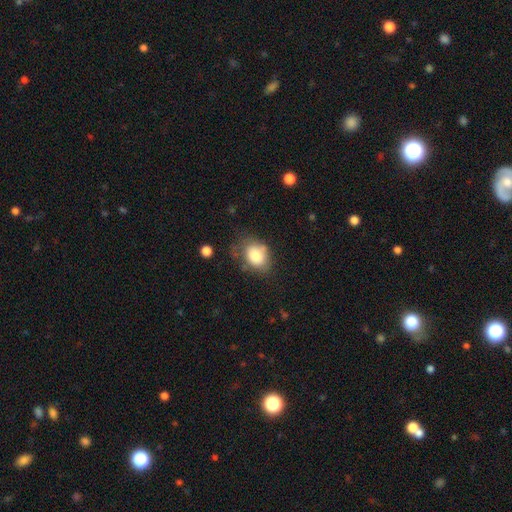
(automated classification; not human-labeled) Overall: smooth (79%). How rounded: in between (60%; round 39%). Merging: none (55%; minor disturbance 29%).